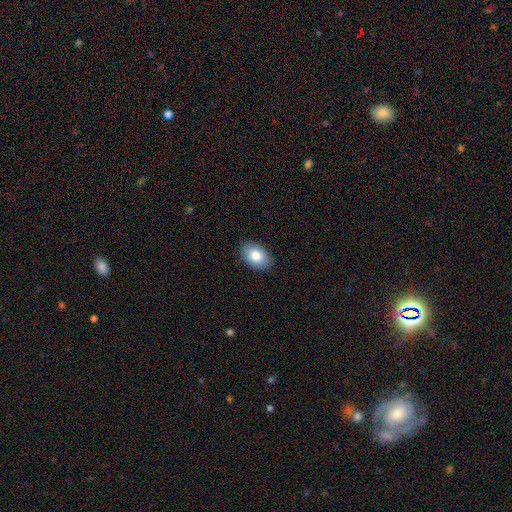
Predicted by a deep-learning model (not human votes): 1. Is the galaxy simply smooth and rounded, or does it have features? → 83% smooth, 10% featured or disk, 7% star or artifact.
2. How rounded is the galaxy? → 88% in between, 11% round, 1% cigar-shaped.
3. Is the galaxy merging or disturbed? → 88% none, 9% minor disturbance, 2% major disturbance, 1% merger.